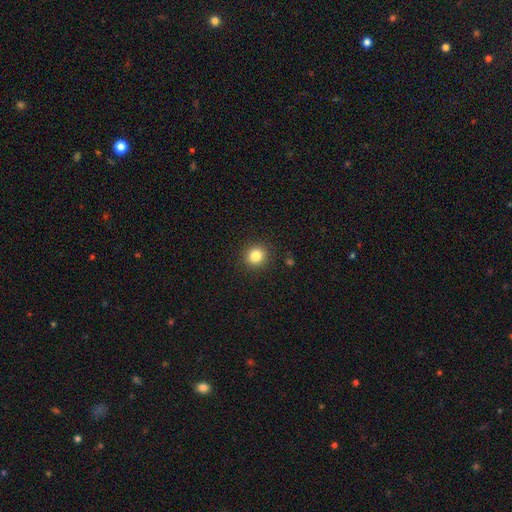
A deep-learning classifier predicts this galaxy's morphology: The model was most divided on "smooth or featured": smooth: 83%, star or artifact: 12%, featured or disk: 6%. More confident: merging — none (91%); how rounded — round (89%).